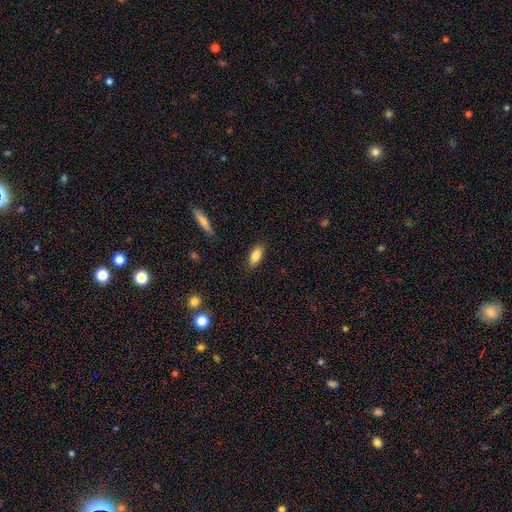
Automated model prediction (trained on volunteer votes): Smooth or featured? Predicted: smooth (p=0.84). How rounded? Predicted: in between (p=0.85). Merging? Predicted: none (p=0.86).